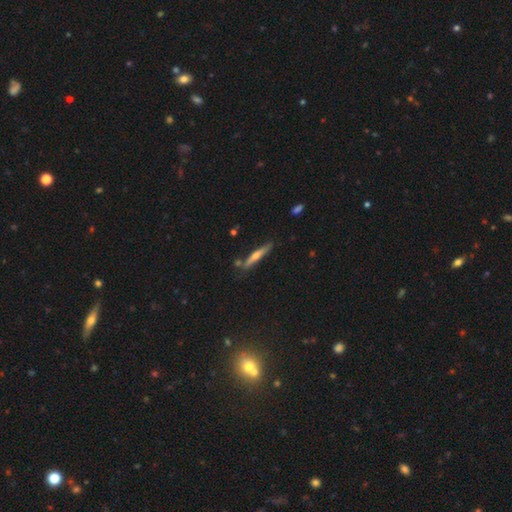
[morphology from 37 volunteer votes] Smooth or featured: featured or disk — 68% (smooth — 27%)
Edge-on disk: yes — 100%
Edge-on bulge: rounded — 92% (none — 8%)
Merging: none — 80% (minor disturbance — 14%)